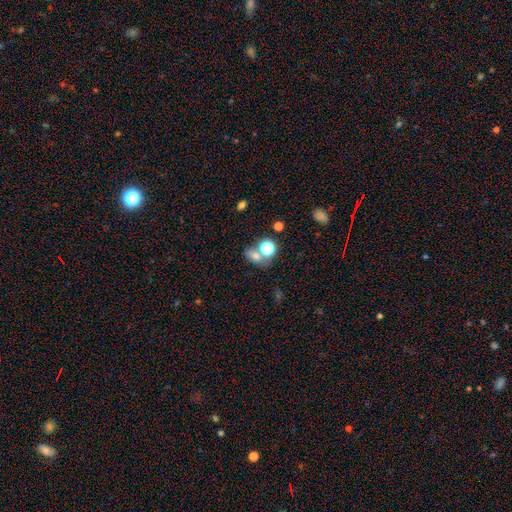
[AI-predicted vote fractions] Smooth or featured? Predicted: smooth (p=0.65). How rounded? Predicted: in between (p=0.58). Merging? Predicted: none (p=0.50).